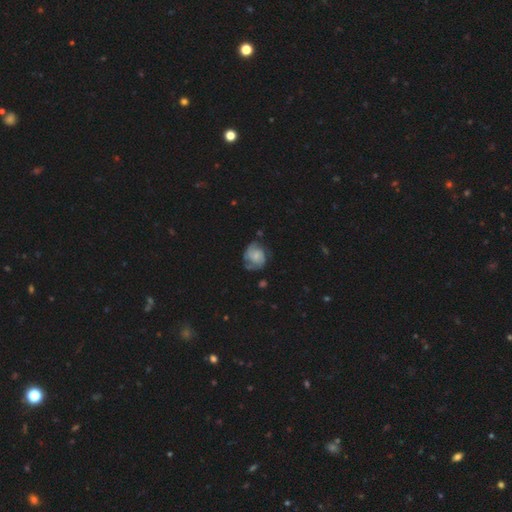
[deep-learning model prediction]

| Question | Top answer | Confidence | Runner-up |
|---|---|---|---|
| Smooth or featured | featured or disk | 71% | smooth (22%) |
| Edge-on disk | no | 98% | yes (2%) |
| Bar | no | 67% | weak (28%) |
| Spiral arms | yes | 92% | no (8%) |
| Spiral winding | tight | 47% | medium (40%) |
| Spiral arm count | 2 | 59% | can't tell (17%) |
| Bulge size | small | 54% | moderate (23%) |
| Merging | none | 62% | minor disturbance (24%) |